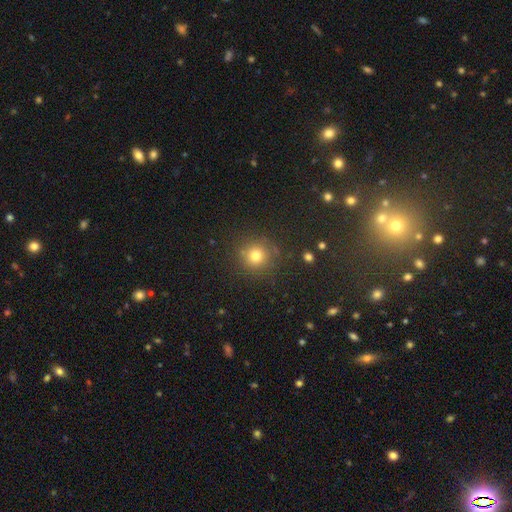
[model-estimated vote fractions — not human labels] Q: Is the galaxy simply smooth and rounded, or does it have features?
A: smooth — 77%.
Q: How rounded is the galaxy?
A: round — 93%.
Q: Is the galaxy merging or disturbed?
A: none — 85%.